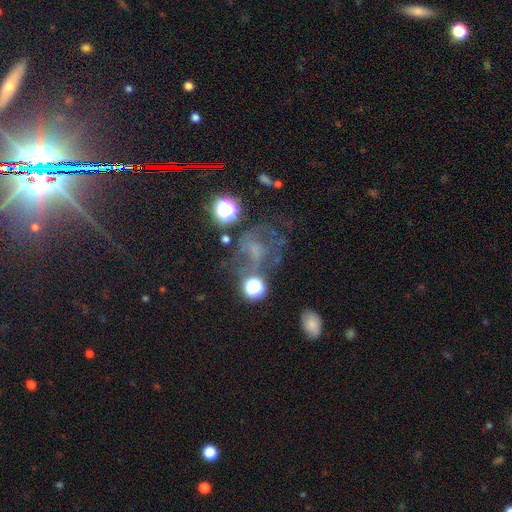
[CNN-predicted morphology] A star or artifact, not a galaxy (48%).